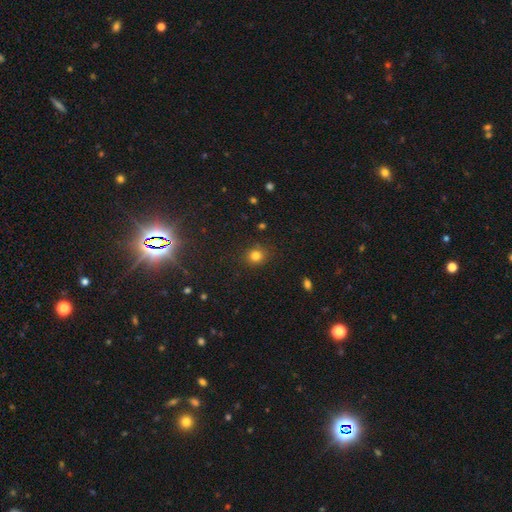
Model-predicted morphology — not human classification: A smooth galaxy with no disk features (81%) that is round (76%).

Vote fractions:
- Smooth or featured? smooth: 81% / star or artifact: 14% / featured or disk: 6%
- How rounded? round: 76% / in between: 23% / cigar-shaped: 1%
- Merging? none: 86% / minor disturbance: 10% / major disturbance: 3% / merger: 2%